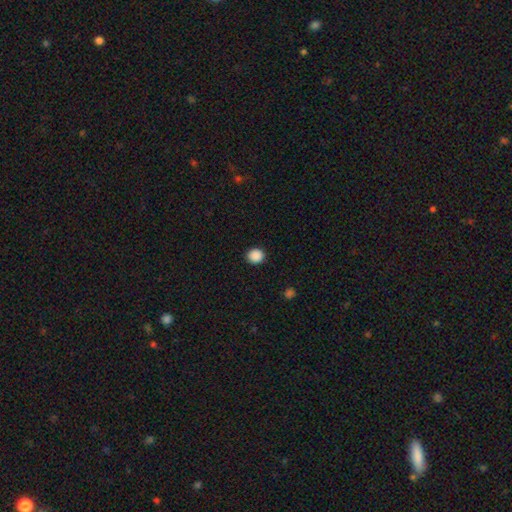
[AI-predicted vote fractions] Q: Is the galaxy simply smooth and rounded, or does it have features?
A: smooth — 89%.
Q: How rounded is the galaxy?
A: round — 86%.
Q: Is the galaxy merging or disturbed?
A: none — 92%.